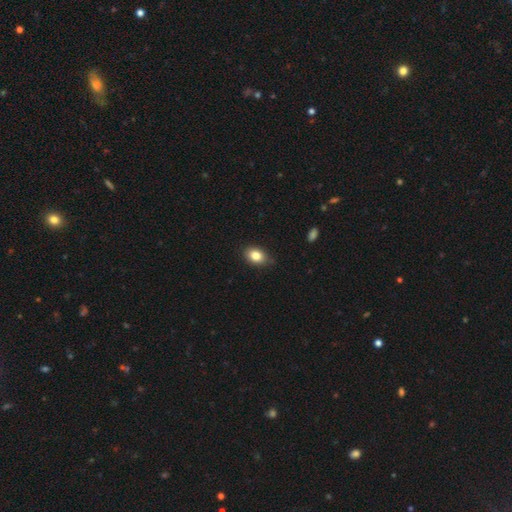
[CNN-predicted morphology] smooth-or-featured: smooth: 84% | star or artifact: 8% | featured or disk: 8%
  how-rounded: in between: 81% | round: 18% | cigar-shaped: 1%
  merging: none: 82% | minor disturbance: 15% | major disturbance: 2% | merger: 1%